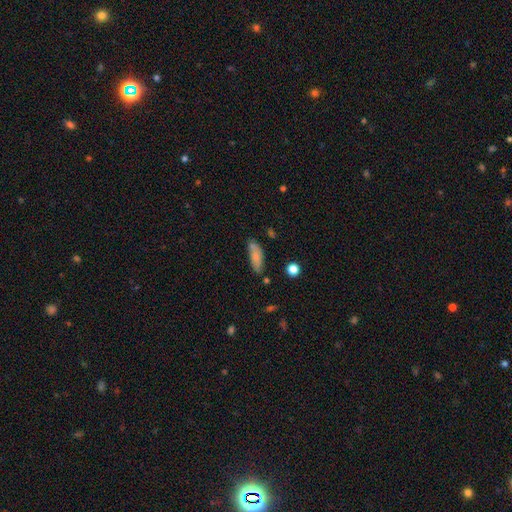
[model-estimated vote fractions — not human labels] This appears to be a smooth galaxy with no disk features (78%) that is in between round and cigar-shaped (63%). Merging: none (63%).